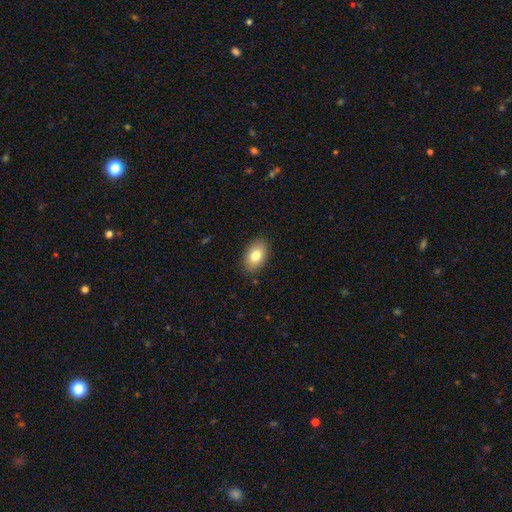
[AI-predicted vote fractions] smooth 81%, featured or disk 12%, star or artifact 7%. Down the decision tree: how rounded — in between (89%); merging — none (88%).